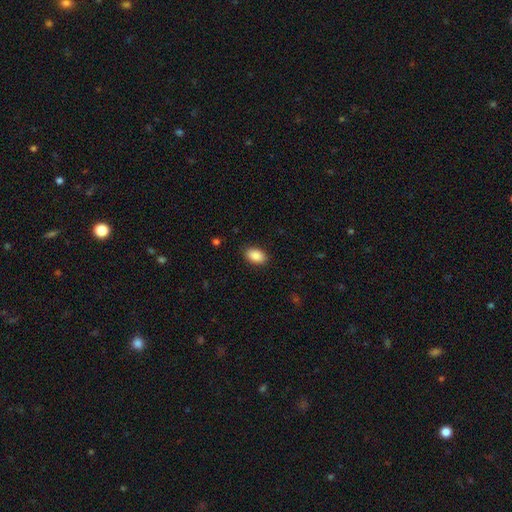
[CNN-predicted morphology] Smooth or featured? smooth (90%)
How rounded? in between (92%)
Merging? none (88%)